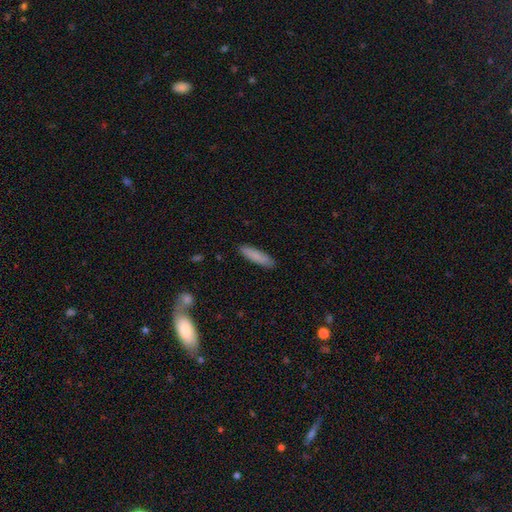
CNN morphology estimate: smooth_or_featured: smooth (p=0.85) [alt: featured or disk p=0.09]
how_rounded: cigar-shaped (p=0.79) [alt: in between p=0.20]
merging: none (p=0.89) [alt: minor disturbance p=0.08]